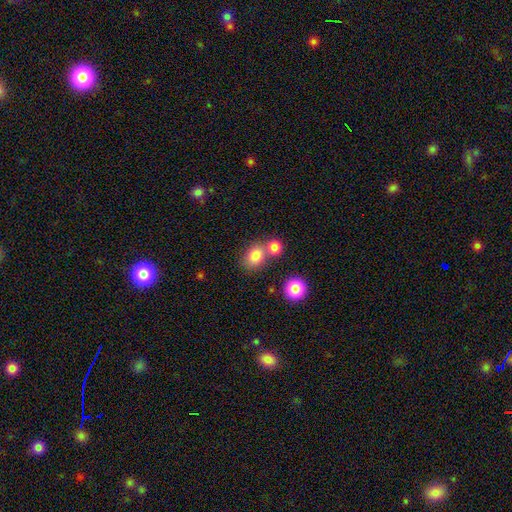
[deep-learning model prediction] smooth 80%, star or artifact 11%, featured or disk 8%. Down the decision tree: how rounded — round (52%); merging — none (50%).